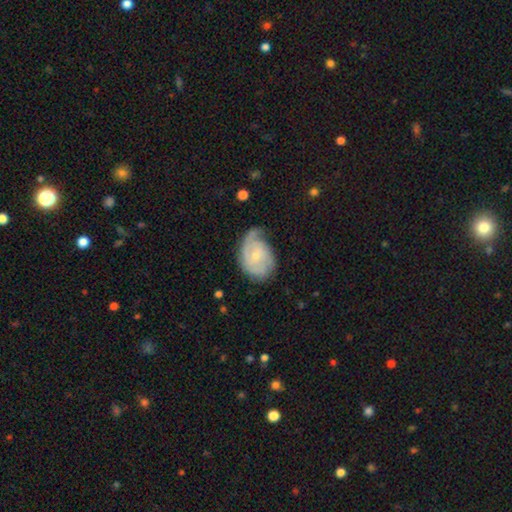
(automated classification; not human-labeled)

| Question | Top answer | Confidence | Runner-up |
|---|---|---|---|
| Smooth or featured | featured or disk | 73% | smooth (22%) |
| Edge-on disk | no | 97% | yes (3%) |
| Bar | no | 66% | weak (30%) |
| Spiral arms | yes | 90% | no (10%) |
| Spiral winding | tight | 51% | medium (34%) |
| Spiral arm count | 2 | 36% | can't tell (26%) |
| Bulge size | small | 67% | moderate (29%) |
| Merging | none | 46% | minor disturbance (34%) |